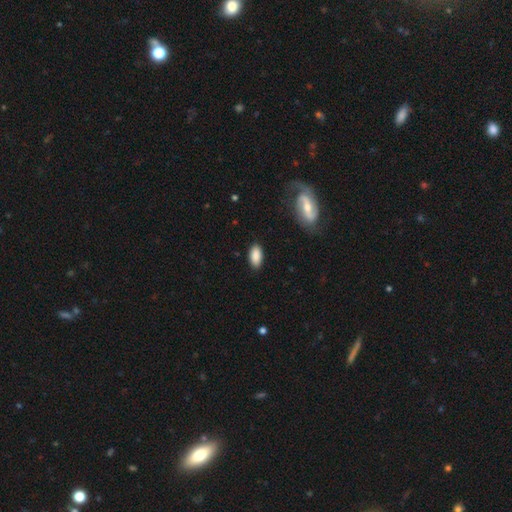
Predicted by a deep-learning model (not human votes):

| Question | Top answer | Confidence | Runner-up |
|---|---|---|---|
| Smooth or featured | smooth | 87% | star or artifact (7%) |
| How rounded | in between | 93% | cigar-shaped (4%) |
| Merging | none | 85% | minor disturbance (11%) |